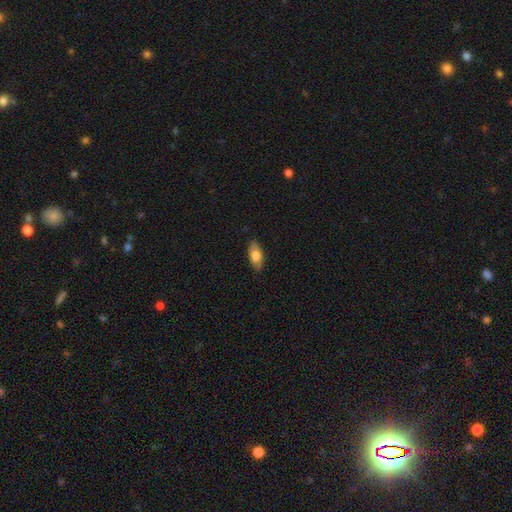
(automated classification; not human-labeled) This appears to be a smooth galaxy with no disk features (75%) that is in between round and cigar-shaped (85%). Merging: none (84%).